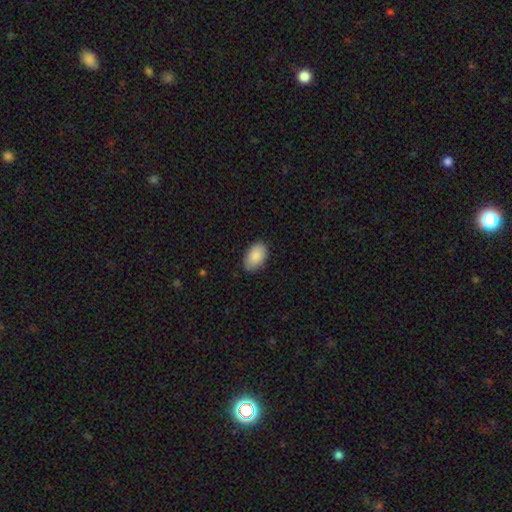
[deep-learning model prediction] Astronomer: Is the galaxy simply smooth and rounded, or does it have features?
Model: smooth — 89%.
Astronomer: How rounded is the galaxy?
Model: in between — 93%.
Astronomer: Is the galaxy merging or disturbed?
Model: none — 86%.